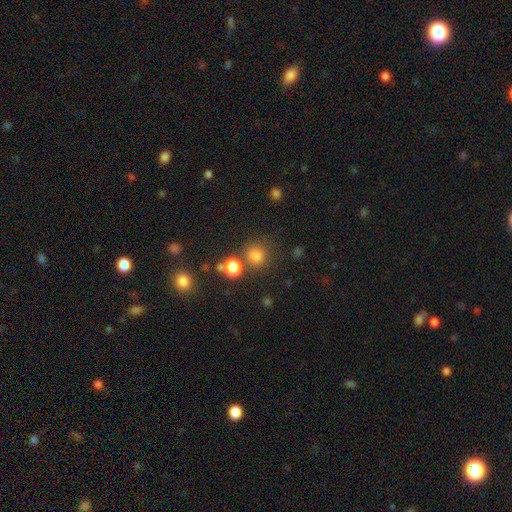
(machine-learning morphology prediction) This is likely a smooth galaxy (77%). How rounded: clearly round (86%). Merging: likely none (74%).